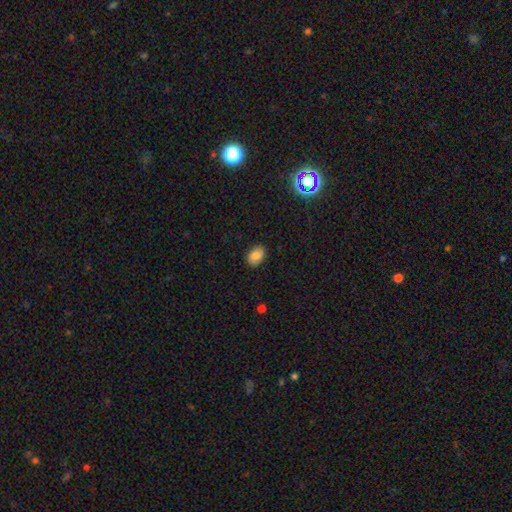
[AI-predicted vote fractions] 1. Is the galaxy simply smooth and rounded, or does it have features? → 83% smooth, 9% star or artifact, 8% featured or disk.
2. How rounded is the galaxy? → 81% in between, 18% round, 1% cigar-shaped.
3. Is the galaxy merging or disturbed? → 88% none, 9% minor disturbance, 2% major disturbance, 1% merger.